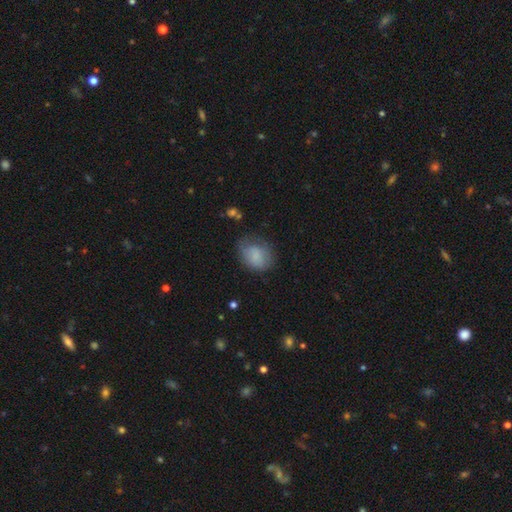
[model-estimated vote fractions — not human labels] Smooth or featured? smooth (76%)
How rounded? in between (60%)
Merging? none (54%)